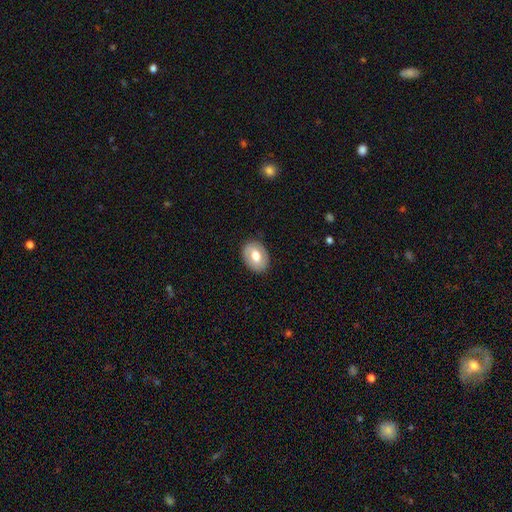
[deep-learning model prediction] smooth_or_featured: smooth (p=0.63) [alt: featured or disk p=0.30]
how_rounded: in between (p=0.74) [alt: round p=0.25]
merging: none (p=0.87) [alt: minor disturbance p=0.10]